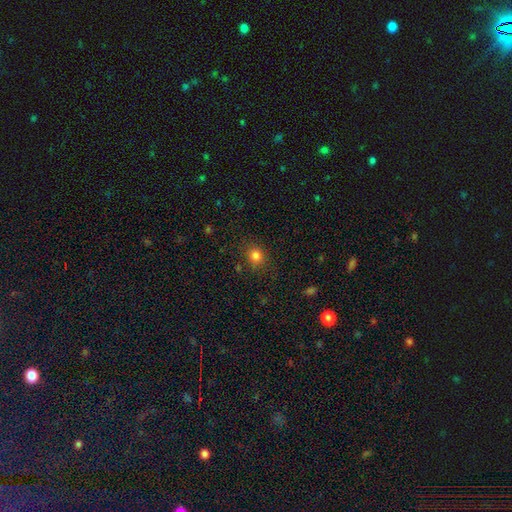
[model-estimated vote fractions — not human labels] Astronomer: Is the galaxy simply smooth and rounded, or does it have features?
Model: smooth — 81%.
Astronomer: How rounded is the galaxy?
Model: round — 73%.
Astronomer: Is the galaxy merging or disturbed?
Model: none — 83%.